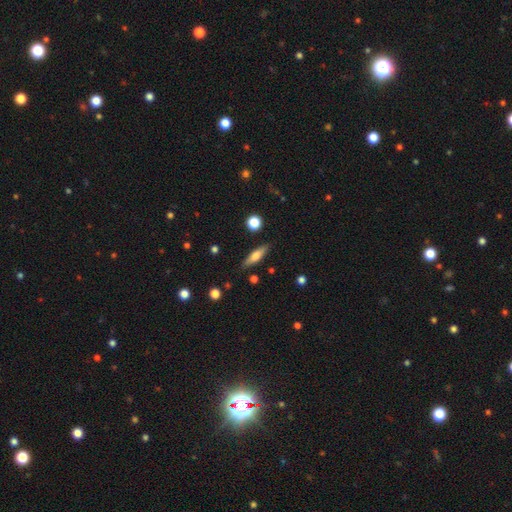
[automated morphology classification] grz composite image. It shows a smooth galaxy with no disk features (57%) that is cigar-shaped (67%). Merging: none (85%).